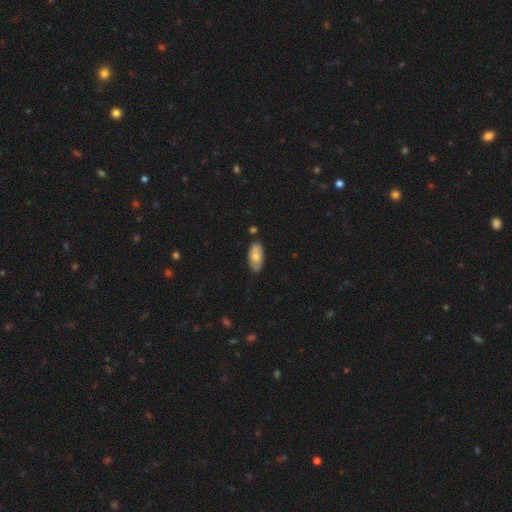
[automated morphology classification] smooth_or_featured: smooth (p=0.67) [alt: featured or disk p=0.27]
how_rounded: in between (p=0.92) [alt: cigar-shaped p=0.05]
merging: none (p=0.82) [alt: minor disturbance p=0.14]